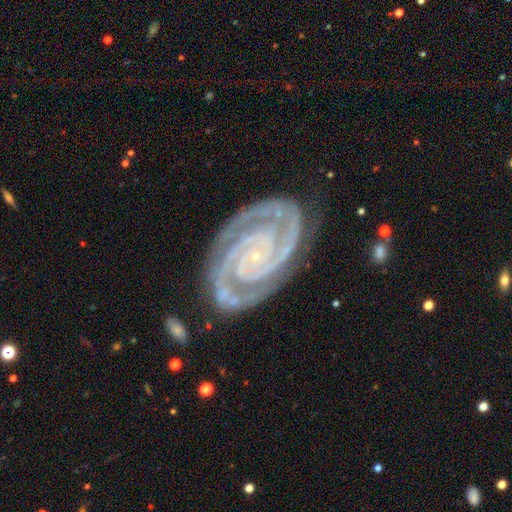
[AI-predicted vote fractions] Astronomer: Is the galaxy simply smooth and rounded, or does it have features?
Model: featured or disk — 94%.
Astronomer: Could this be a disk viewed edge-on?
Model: no — 98%.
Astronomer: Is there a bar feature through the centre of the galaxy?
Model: no — 66%.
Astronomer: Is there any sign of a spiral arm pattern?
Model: yes — 99%.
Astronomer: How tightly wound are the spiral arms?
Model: tight — 82%.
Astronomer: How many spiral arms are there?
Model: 2 — 77%.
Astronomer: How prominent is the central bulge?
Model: small — 88%.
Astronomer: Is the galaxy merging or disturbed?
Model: none — 80%.